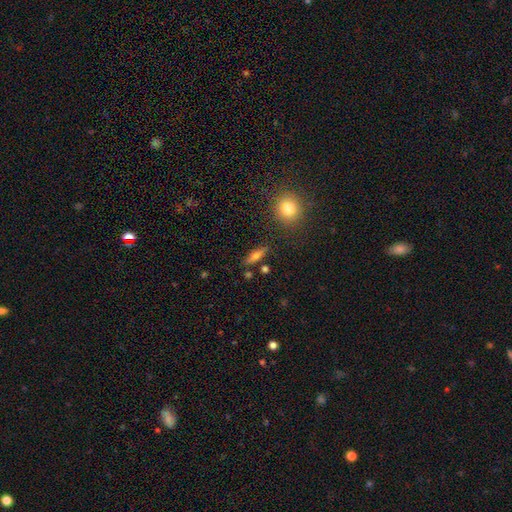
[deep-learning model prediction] A smooth galaxy with no disk features (55%) that is cigar-shaped (50%). Merging: none (83%).